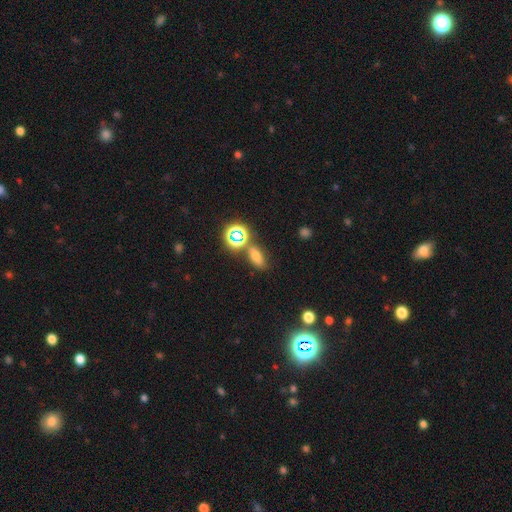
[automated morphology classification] type=smooth (61%); roundness=in between (74%); merging=none (69%).